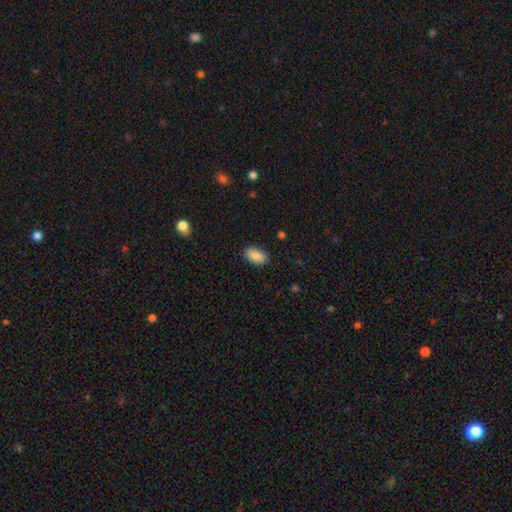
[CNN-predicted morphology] A smooth galaxy with no disk features (89%) that is in between round and cigar-shaped (93%).

Vote fractions:
- Smooth or featured? smooth: 89% / star or artifact: 7% / featured or disk: 4%
- How rounded? in between: 93% / round: 5% / cigar-shaped: 2%
- Merging? none: 85% / minor disturbance: 11% / major disturbance: 2% / merger: 1%